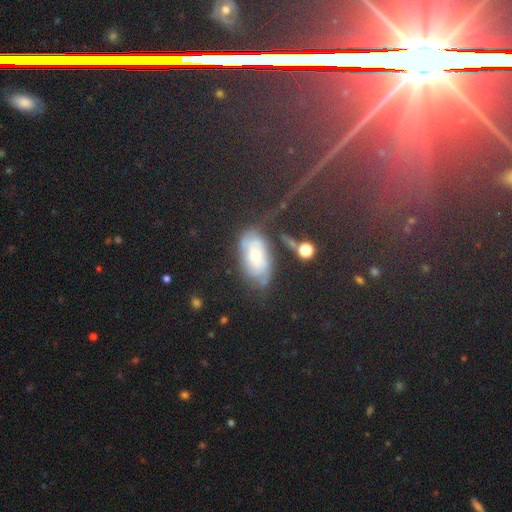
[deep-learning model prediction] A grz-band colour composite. It shows a featured or disk galaxy (48%). Merging: none (60%).